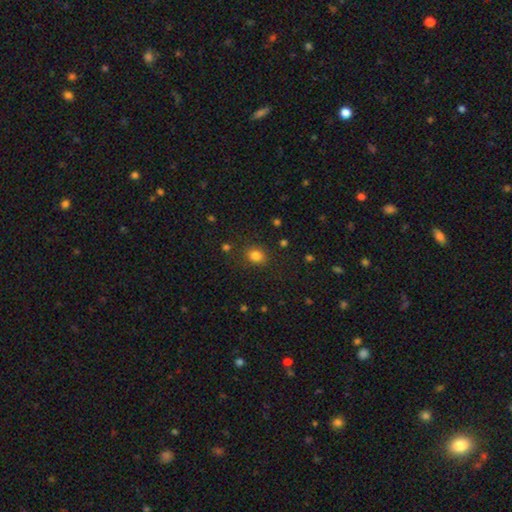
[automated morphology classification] A smooth galaxy with no disk features (82%) that is round (64%). Merging: none (83%).